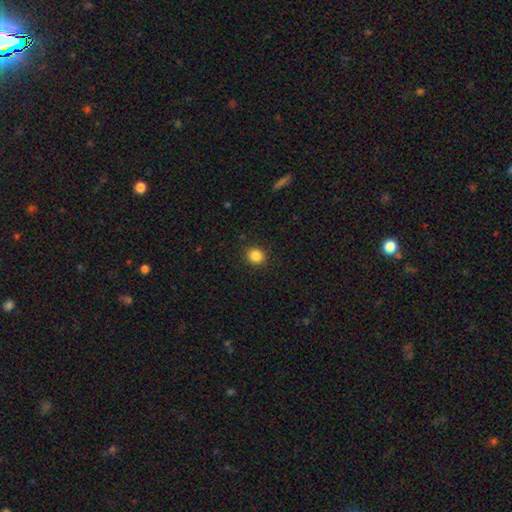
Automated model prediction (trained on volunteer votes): The model was most divided on "how rounded": round: 84%, in between: 15%, cigar-shaped: 1%. More confident: merging — none (91%); smooth or featured — smooth (86%).